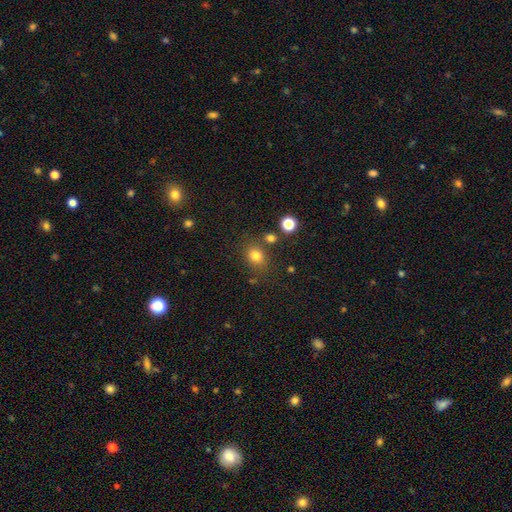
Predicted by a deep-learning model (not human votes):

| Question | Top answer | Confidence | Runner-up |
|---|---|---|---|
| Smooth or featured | smooth | 78% | star or artifact (14%) |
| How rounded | round | 58% | in between (41%) |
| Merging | none | 74% | minor disturbance (13%) |